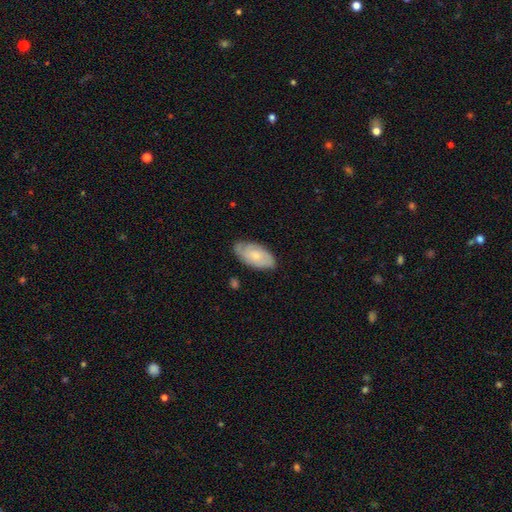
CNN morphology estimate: smooth_or_featured: featured or disk (p=0.48) [alt: smooth p=0.46]
merging: none (p=0.71) [alt: minor disturbance p=0.23]